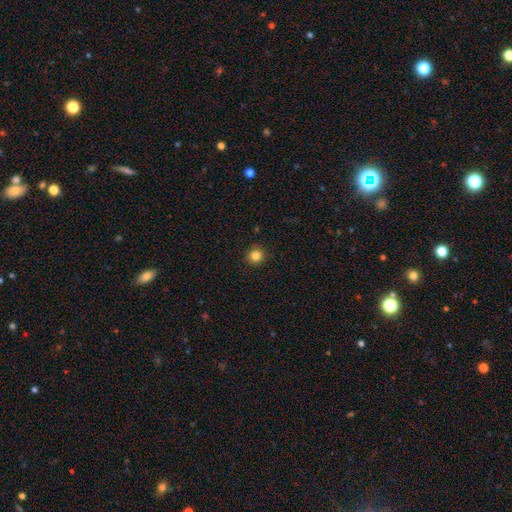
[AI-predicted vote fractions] The model was most divided on "smooth or featured": smooth: 83%, star or artifact: 12%, featured or disk: 5%. More confident: how rounded — round (94%); merging — none (92%).